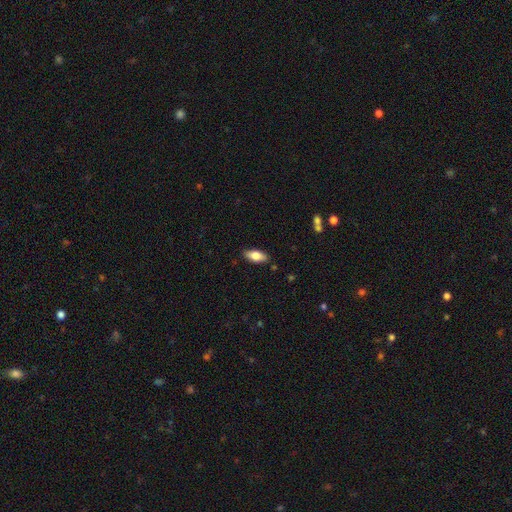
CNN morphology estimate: A smooth galaxy with no disk features (78%) that is in between round and cigar-shaped (85%).

Vote fractions:
- Smooth or featured? smooth: 78% / featured or disk: 16% / star or artifact: 7%
- How rounded? in between: 85% / cigar-shaped: 13% / round: 2%
- Merging? none: 87% / minor disturbance: 10% / major disturbance: 2% / merger: 1%